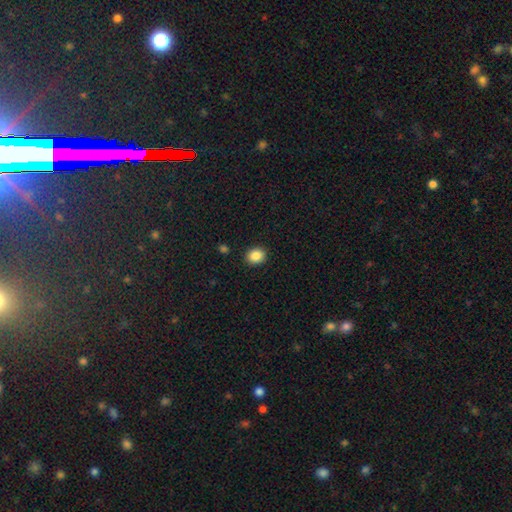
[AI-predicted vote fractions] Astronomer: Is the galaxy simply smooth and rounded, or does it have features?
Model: smooth — 87%.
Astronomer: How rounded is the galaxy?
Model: round — 67%.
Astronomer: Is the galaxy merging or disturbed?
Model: none — 90%.